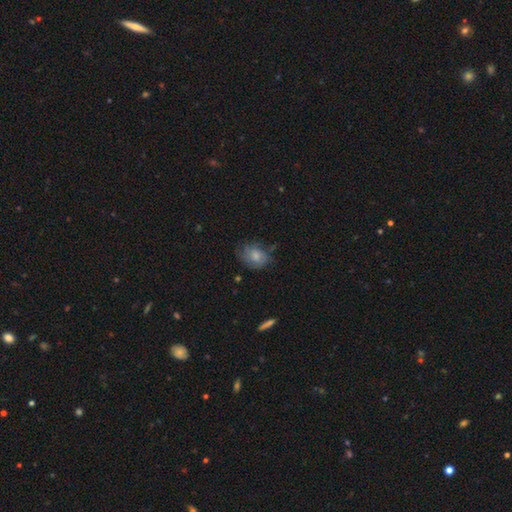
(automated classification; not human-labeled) Overall: smooth (62%; featured or disk 29%). How rounded: in between (61%; round 38%). Merging: none (54%; minor disturbance 30%).